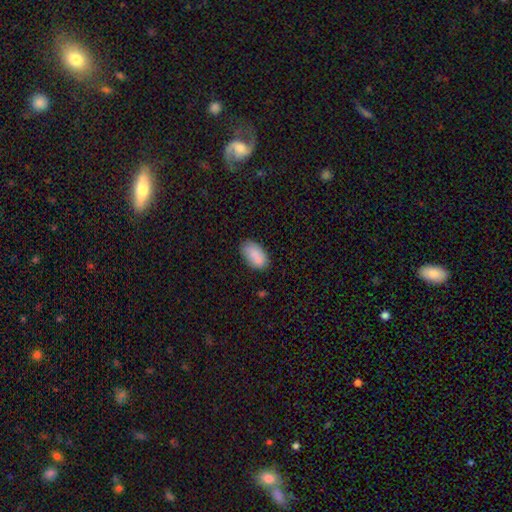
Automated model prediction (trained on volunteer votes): Smooth or featured? smooth (85%)
How rounded? in between (94%)
Merging? none (75%)